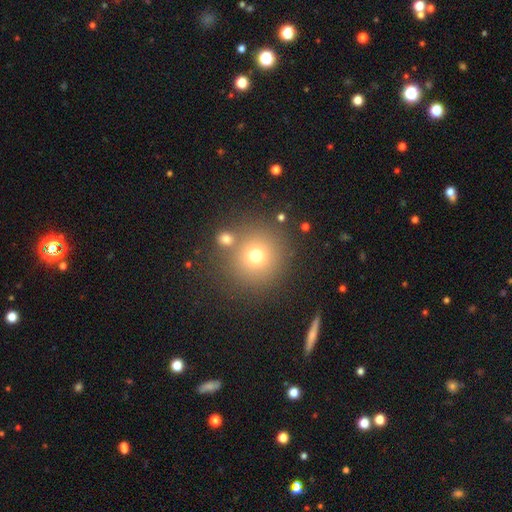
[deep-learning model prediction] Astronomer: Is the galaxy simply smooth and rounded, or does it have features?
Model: smooth — 71%.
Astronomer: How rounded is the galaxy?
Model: round — 92%.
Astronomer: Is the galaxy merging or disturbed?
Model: none — 76%.